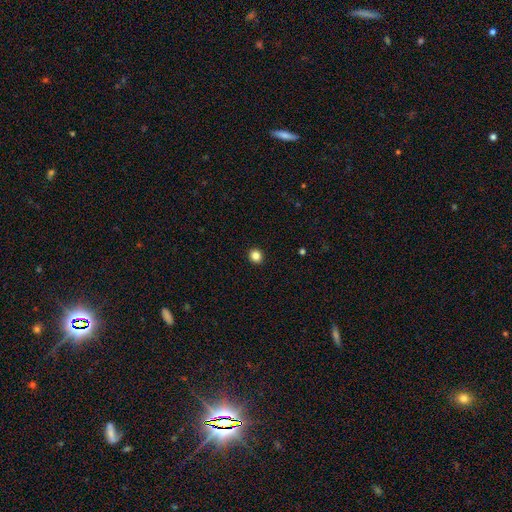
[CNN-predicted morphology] Smooth or featured: smooth — 85% (star or artifact — 11%)
How rounded: round — 90% (in between — 9%)
Merging: none — 94% (minor disturbance — 4%)